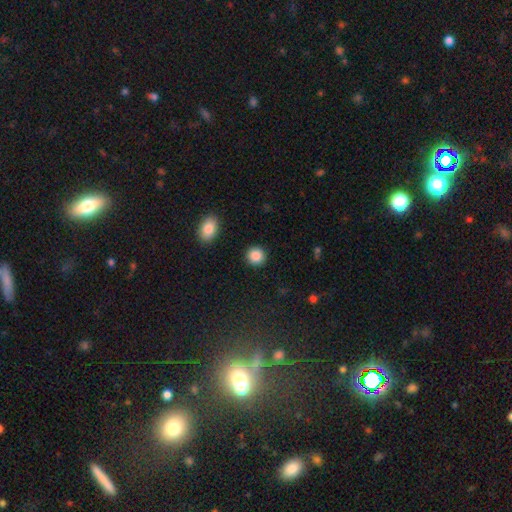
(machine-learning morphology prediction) Smooth or featured? smooth (88%)
How rounded? round (91%)
Merging? none (90%)